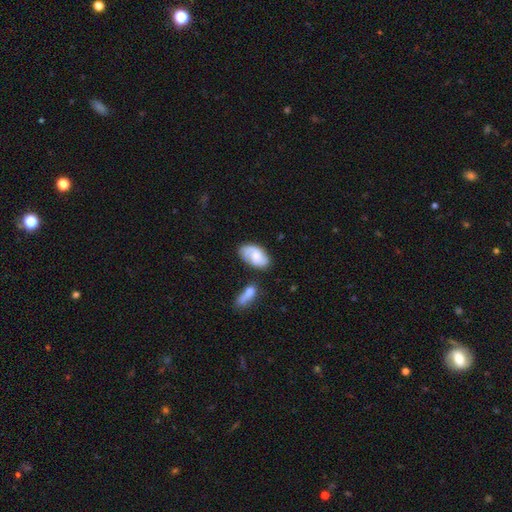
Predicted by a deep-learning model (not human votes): This appears to be a featured or disk galaxy (47%). Merging: none (58%).